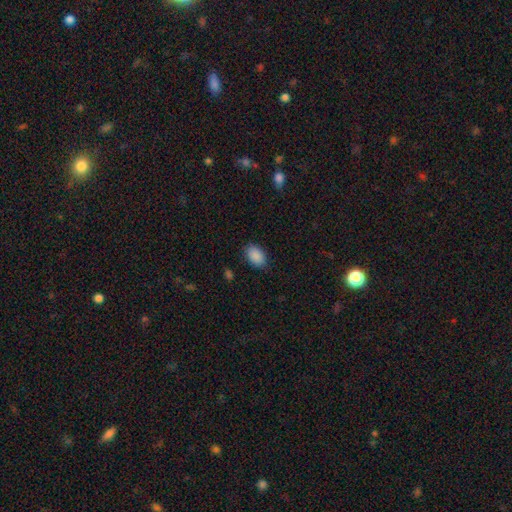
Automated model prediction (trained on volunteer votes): Smooth or featured? Predicted: smooth (p=0.90). How rounded? Predicted: in between (p=0.87). Merging? Predicted: none (p=0.85).